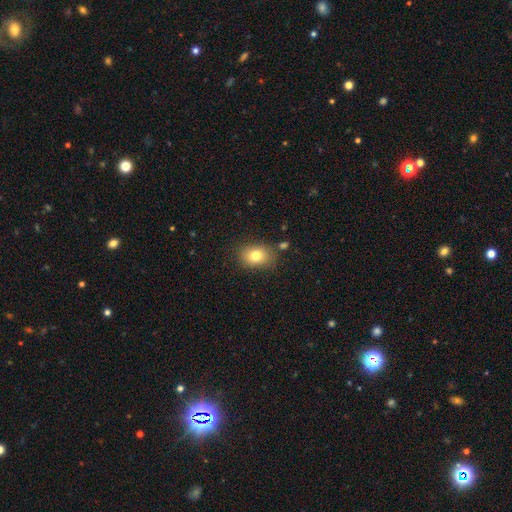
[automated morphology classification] A smooth galaxy with no disk features (78%) that is in between round and cigar-shaped (65%).

Vote fractions:
- Smooth or featured? smooth: 78% / featured or disk: 11% / star or artifact: 11%
- How rounded? in between: 65% / round: 34% / cigar-shaped: 1%
- Merging? none: 79% / minor disturbance: 13% / merger: 4% / major disturbance: 4%